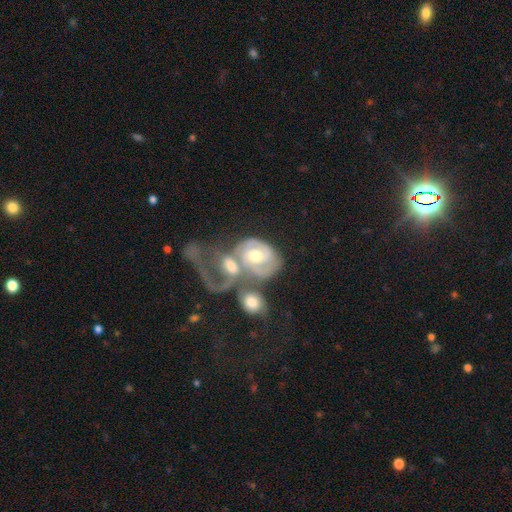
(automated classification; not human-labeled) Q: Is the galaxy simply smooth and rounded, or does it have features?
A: featured or disk — 80%.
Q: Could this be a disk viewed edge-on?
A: no — 97%.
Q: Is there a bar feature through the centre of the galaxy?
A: no — 52%.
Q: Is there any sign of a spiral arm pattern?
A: yes — 92%.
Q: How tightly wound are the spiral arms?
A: tight — 50%.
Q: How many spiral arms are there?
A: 2 — 54%.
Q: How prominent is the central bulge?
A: moderate — 68%.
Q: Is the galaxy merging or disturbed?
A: merger — 66%.